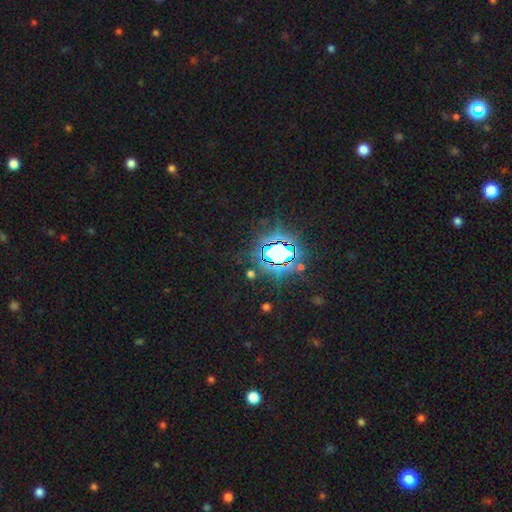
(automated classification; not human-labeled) This appears to be a star or artifact, not a galaxy (79%).